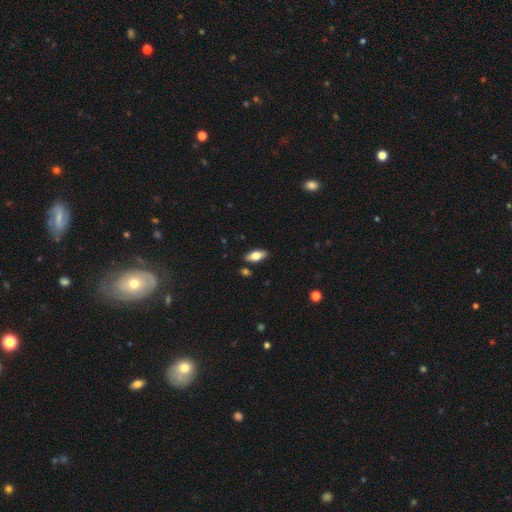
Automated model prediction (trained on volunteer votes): smooth-or-featured: smooth: 72% | featured or disk: 22% | star or artifact: 7%
  how-rounded: in between: 84% | cigar-shaped: 14% | round: 2%
  merging: none: 86% | minor disturbance: 10% | merger: 3% | major disturbance: 2%